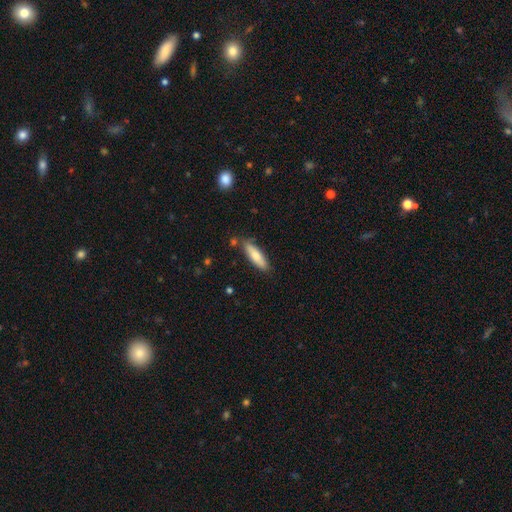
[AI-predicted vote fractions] Overall: smooth (73%). How rounded: cigar-shaped (62%; in between 37%). Merging: none (78%).